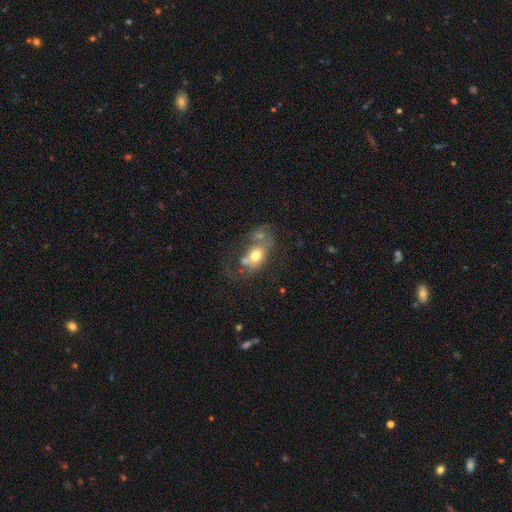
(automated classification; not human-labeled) smooth 58%, featured or disk 31%, star or artifact 11%. Down the decision tree: how rounded — in between (65%); merging — merger (39%).